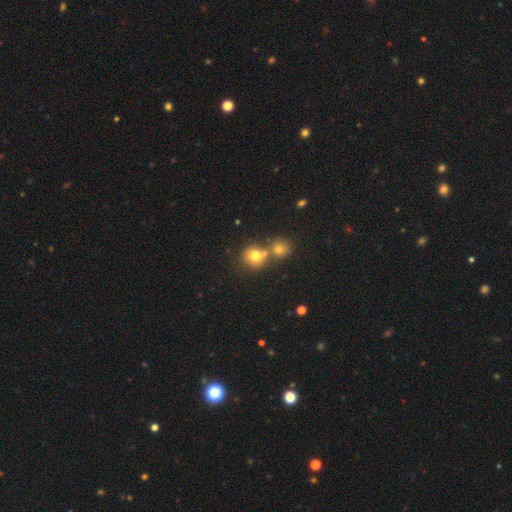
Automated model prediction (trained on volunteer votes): Morphology: type=smooth (75%); roundness=round (86%); merging=merger (45%).